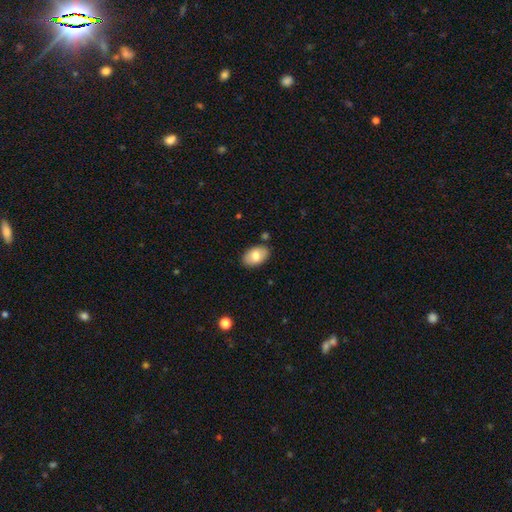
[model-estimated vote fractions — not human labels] Smooth or featured?
  - smooth: 78% *
  - featured or disk: 16%
  - star or artifact: 6%
How rounded?
  - in between: 92% *
  - round: 6%
  - cigar-shaped: 1%
Merging?
  - none: 84% *
  - minor disturbance: 12%
  - merger: 2%
  - major disturbance: 2%